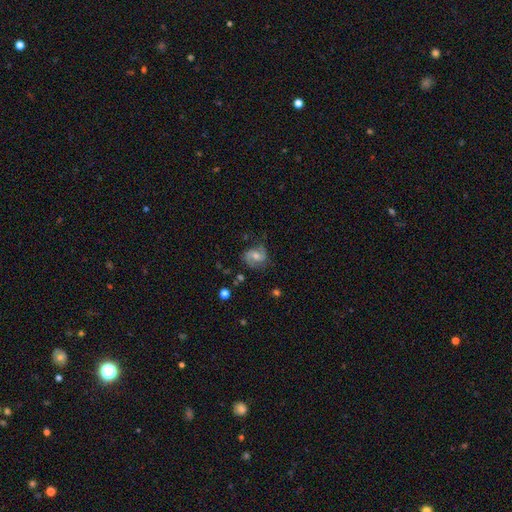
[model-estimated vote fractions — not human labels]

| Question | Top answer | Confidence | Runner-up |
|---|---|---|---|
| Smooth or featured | featured or disk | 76% | smooth (15%) |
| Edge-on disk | no | 97% | yes (3%) |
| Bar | weak | 46% | no (40%) |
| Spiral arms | yes | 94% | no (6%) |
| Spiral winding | medium | 51% | loose (25%) |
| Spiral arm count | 2 | 87% | can't tell (6%) |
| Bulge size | moderate | 56% | small (34%) |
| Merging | none | 75% | minor disturbance (17%) |